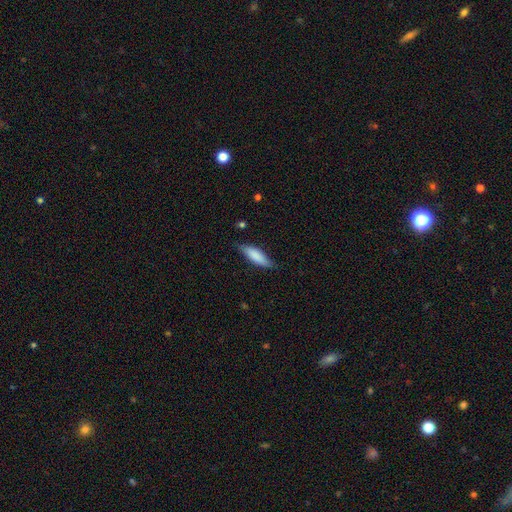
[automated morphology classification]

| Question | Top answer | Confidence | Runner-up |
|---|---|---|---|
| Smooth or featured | smooth | 81% | featured or disk (13%) |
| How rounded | cigar-shaped | 50% | in between (49%) |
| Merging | none | 72% | minor disturbance (23%) |